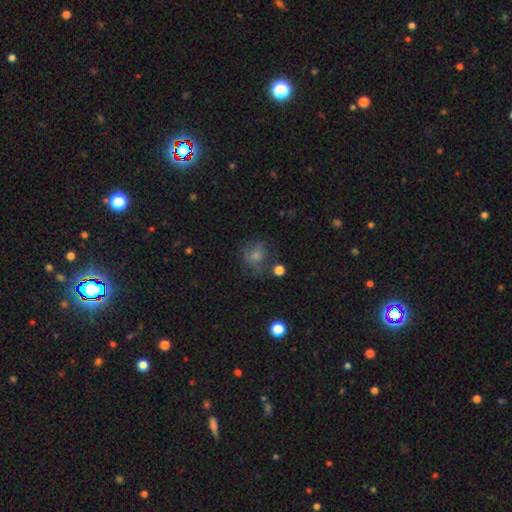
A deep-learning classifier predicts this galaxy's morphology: smooth-or-featured: smooth: 56% | featured or disk: 28% | star or artifact: 16%
  how-rounded: round: 71% | in between: 28% | cigar-shaped: 1%
  merging: none: 47% | major disturbance: 25% | minor disturbance: 22% | merger: 6%